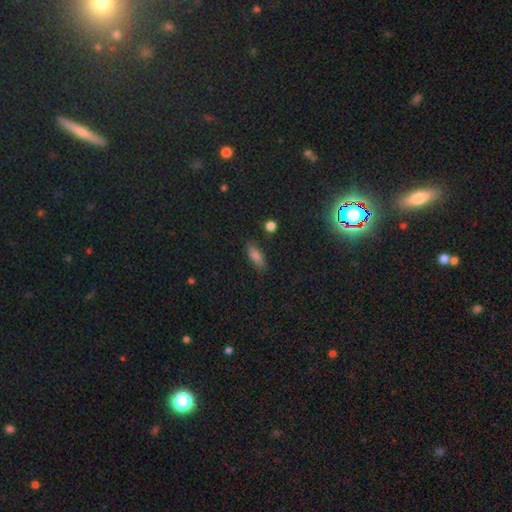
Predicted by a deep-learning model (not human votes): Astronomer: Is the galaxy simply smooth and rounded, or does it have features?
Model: smooth — 76%.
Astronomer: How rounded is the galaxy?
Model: in between — 69%.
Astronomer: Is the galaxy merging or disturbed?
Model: none — 81%.